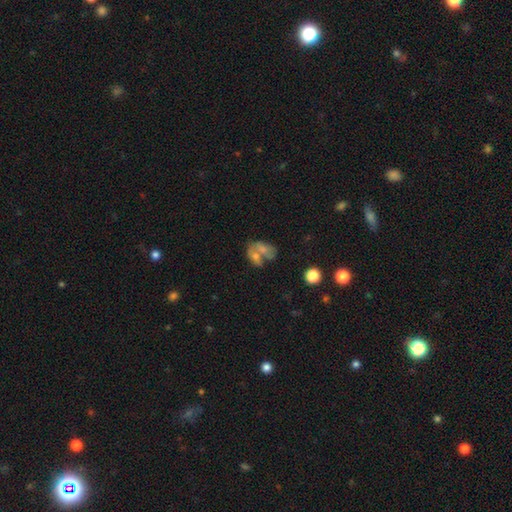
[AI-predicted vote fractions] Smooth or featured: smooth — 35% (featured or disk — 34%)
Merging: none — 46% (merger — 25%)